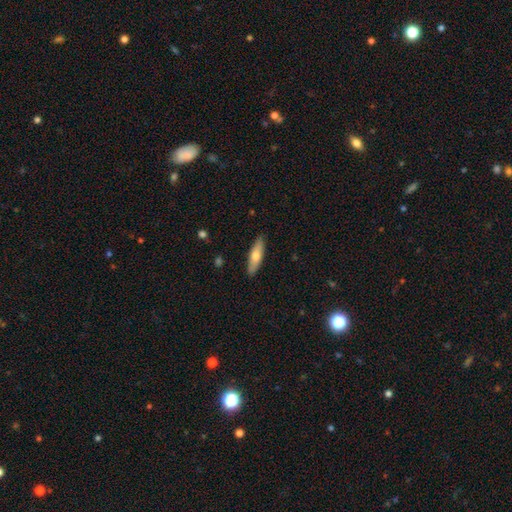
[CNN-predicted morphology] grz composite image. It shows a smooth galaxy with no disk features (65%) that is cigar-shaped (60%). Merging: none (88%).